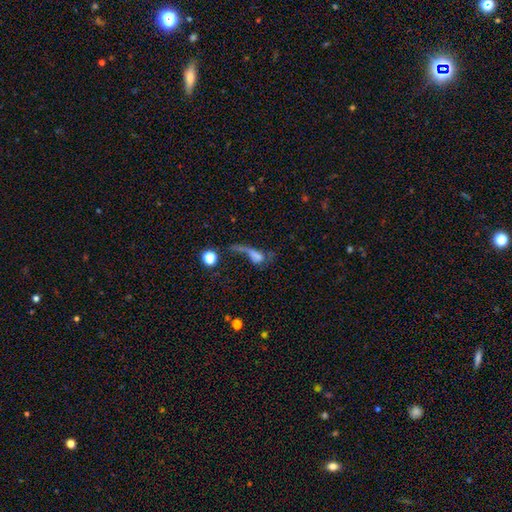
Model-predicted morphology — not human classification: This is possibly a smooth galaxy (50%). How rounded: possibly in between (57%). Merging: possibly major disturbance (52%).